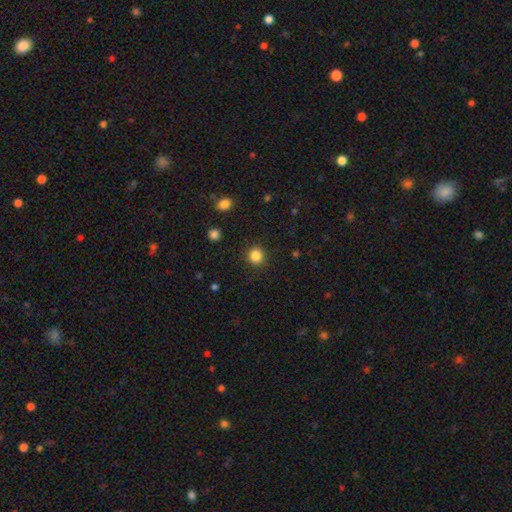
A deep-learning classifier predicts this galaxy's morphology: A smooth galaxy with no disk features (85%) that is round (91%). Merging: none (91%).